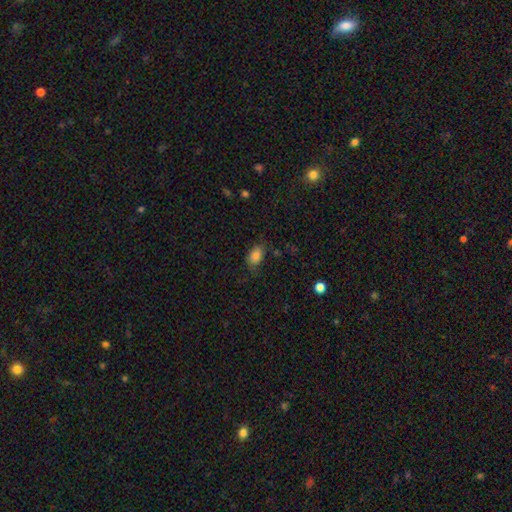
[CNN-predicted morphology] Smooth or featured? smooth (83%)
How rounded? in between (85%)
Merging? none (71%)